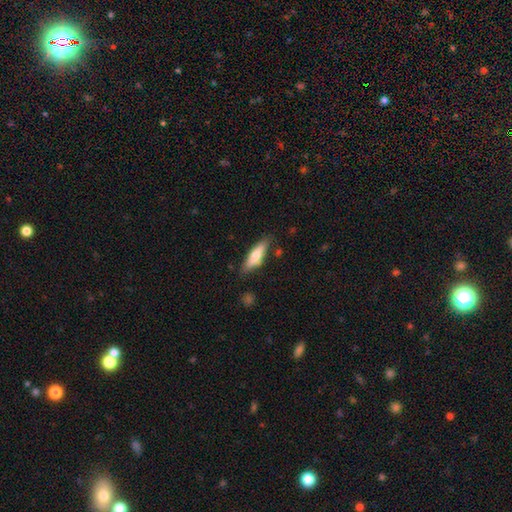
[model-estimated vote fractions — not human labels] Smooth or featured? smooth (64%)
How rounded? cigar-shaped (63%)
Merging? none (78%)